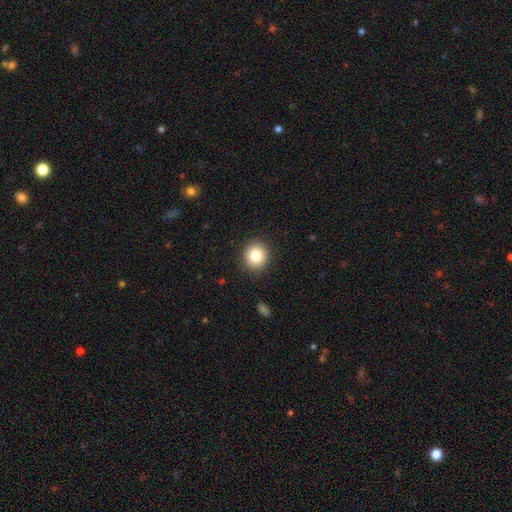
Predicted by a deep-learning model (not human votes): A smooth galaxy with no disk features (83%) that is round (87%). Merging: none (91%).